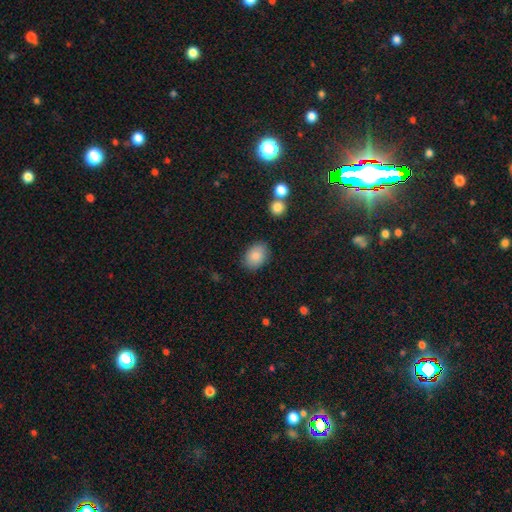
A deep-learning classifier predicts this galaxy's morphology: A smooth galaxy with no disk features (84%) that is in between round and cigar-shaped (72%). Merging: none (83%).